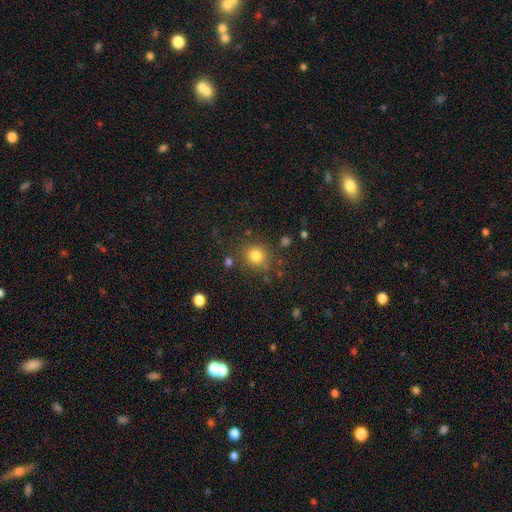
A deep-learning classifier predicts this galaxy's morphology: Overall: smooth (81%). How rounded: round (87%). Merging: none (79%).